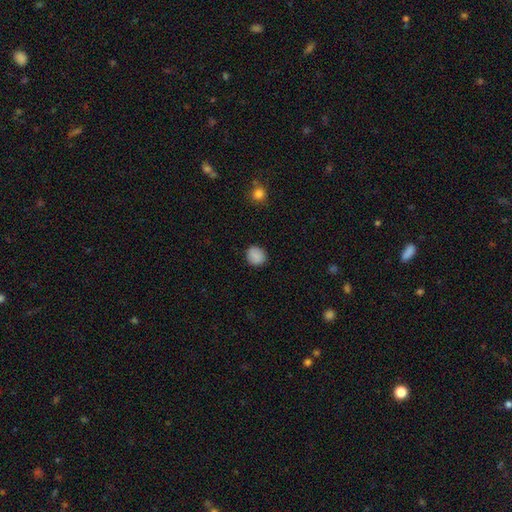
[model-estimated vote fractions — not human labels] The model was most divided on "how rounded": round: 84%, in between: 15%, cigar-shaped: 1%. More confident: merging — none (88%); smooth or featured — smooth (87%).